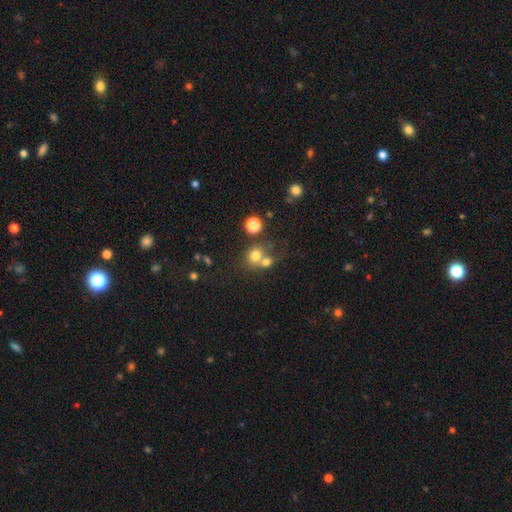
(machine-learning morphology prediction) Smooth or featured: smooth — 73% (star or artifact — 15%)
How rounded: round — 77% (in between — 22%)
Merging: merger — 46% (none — 41%)